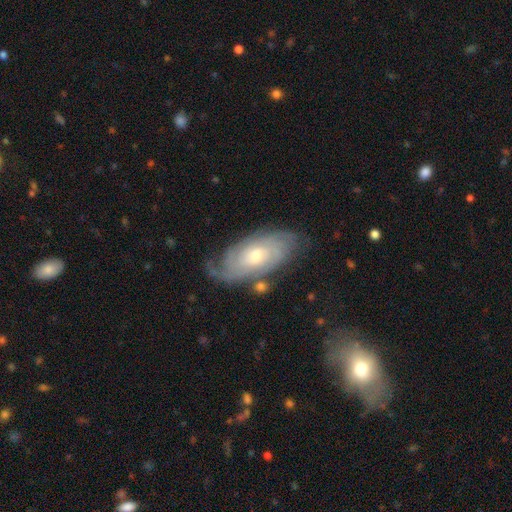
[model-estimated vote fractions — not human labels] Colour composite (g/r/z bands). It shows a featured or disk galaxy (78%) with no bar (67%), tight (68%) spiral arms (93%) and a moderate central bulge (55%). Merging: none (68%).